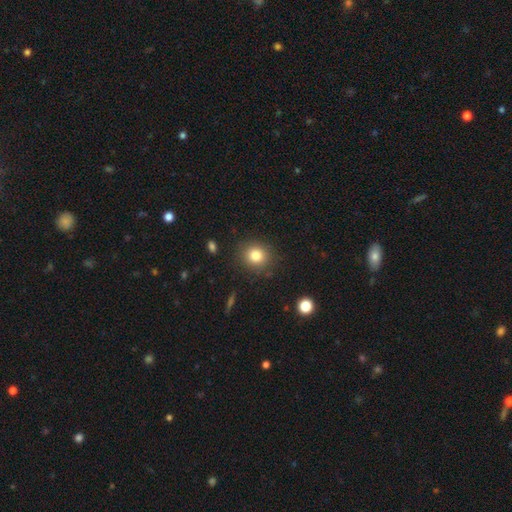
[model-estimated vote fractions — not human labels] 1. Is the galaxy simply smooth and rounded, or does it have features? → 82% smooth, 11% star or artifact, 7% featured or disk.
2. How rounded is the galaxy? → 80% round, 19% in between, 1% cigar-shaped.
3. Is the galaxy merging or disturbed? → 86% none, 9% minor disturbance, 3% major disturbance, 2% merger.